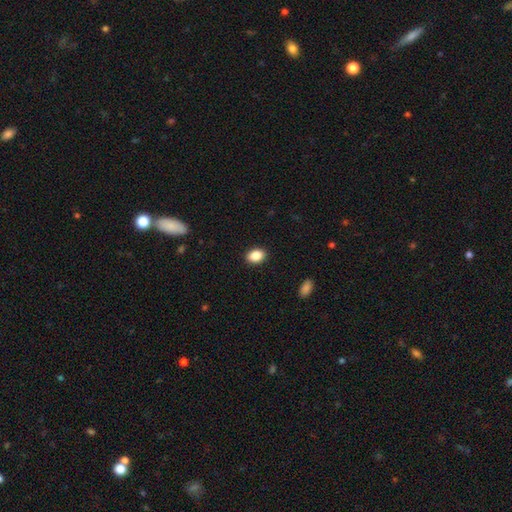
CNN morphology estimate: smooth_or_featured: smooth (p=0.87) [alt: star or artifact p=0.08]
how_rounded: in between (p=0.77) [alt: round p=0.22]
merging: none (p=0.90) [alt: minor disturbance p=0.07]